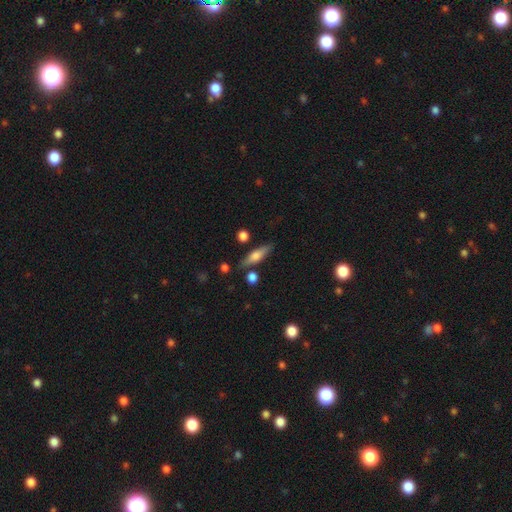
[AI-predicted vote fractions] Q: Smooth or featured?
A: smooth (53%); runner-up: featured or disk (40%)
Q: How rounded?
A: cigar-shaped (60%); runner-up: in between (35%)
Q: Merging?
A: none (80%); runner-up: minor disturbance (12%)